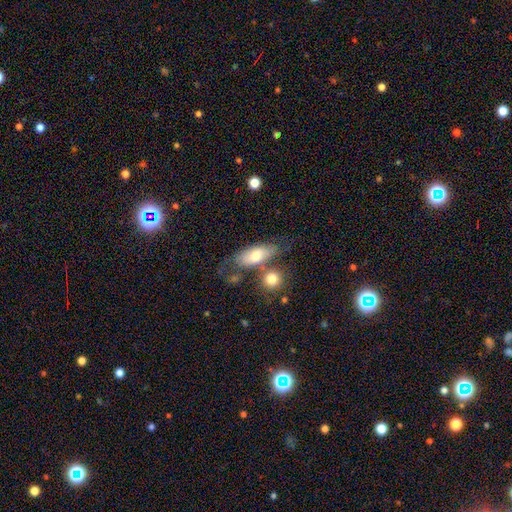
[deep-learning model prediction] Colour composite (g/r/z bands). It shows a smooth galaxy with no disk features (67%) that is in between round and cigar-shaped (76%). Merging: none (49%).